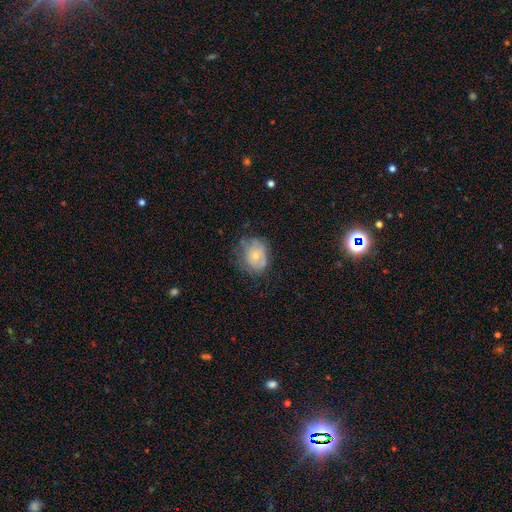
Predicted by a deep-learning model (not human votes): Smooth or featured? smooth (58%)
How rounded? round (53%)
Merging? none (53%)